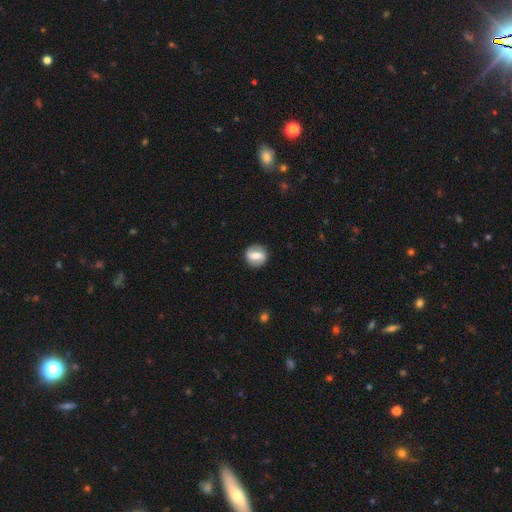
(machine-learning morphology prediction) Smooth or featured? smooth (47%)
Merging? none (87%)